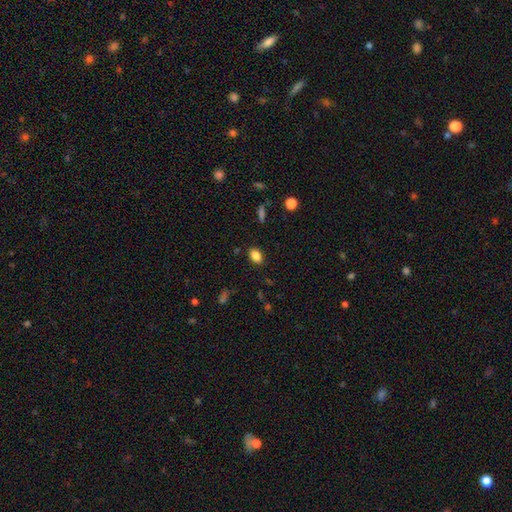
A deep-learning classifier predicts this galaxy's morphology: This is clearly a smooth galaxy (85%). How rounded: clearly in between (83%). Merging: clearly none (86%).